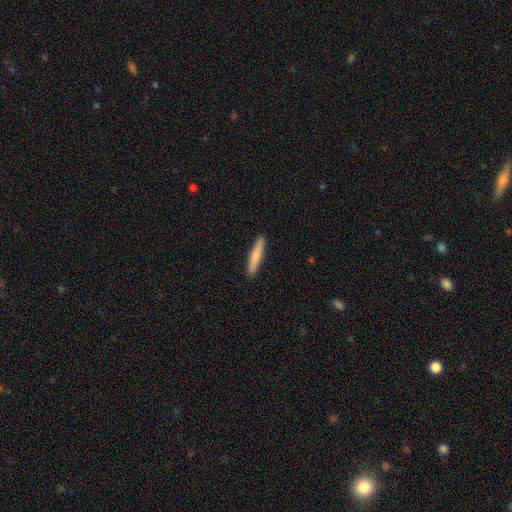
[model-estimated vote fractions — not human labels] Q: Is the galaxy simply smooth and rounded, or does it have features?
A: smooth — 76%.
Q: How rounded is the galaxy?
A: cigar-shaped — 92%.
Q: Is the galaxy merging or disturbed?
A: none — 92%.